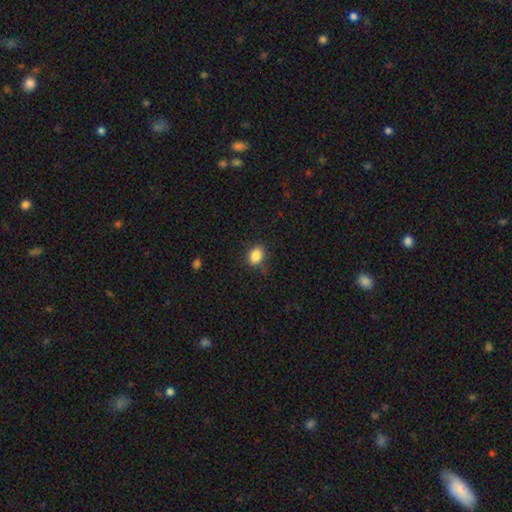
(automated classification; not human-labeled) Overall: smooth (85%). How rounded: in between (67%; round 31%). Merging: none (80%).